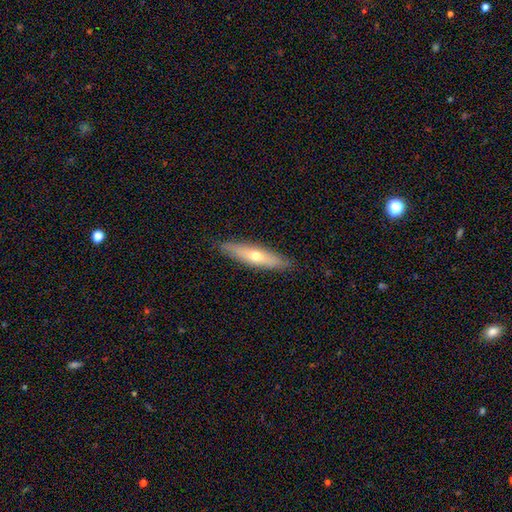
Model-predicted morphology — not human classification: smooth-or-featured: smooth: 49% | featured or disk: 45% | star or artifact: 6%
  merging: none: 88% | minor disturbance: 9% | major disturbance: 2% | merger: 1%